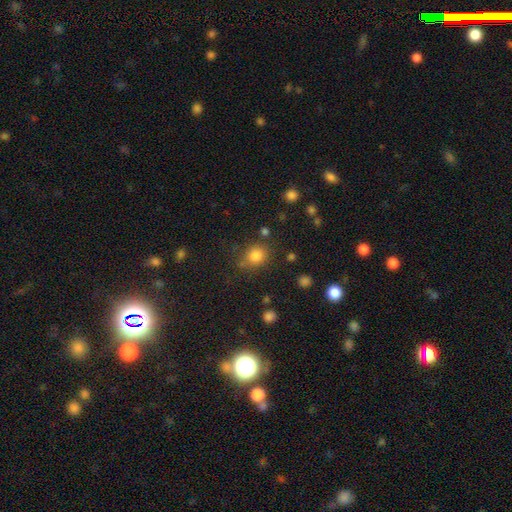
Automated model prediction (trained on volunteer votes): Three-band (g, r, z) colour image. It shows a smooth galaxy with no disk features (82%) that is round (79%). Merging: none (74%).